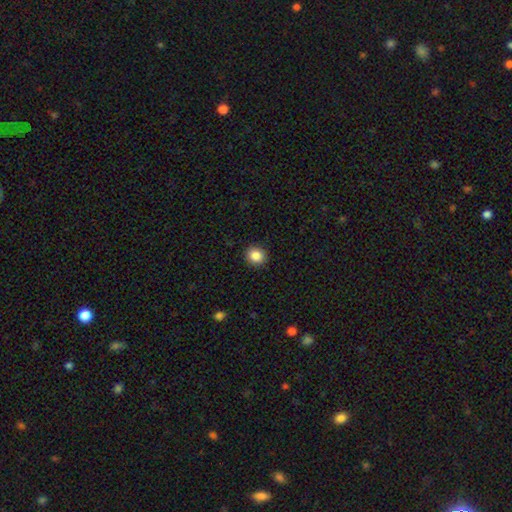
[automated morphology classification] smooth 86%, star or artifact 10%, featured or disk 4%. Down the decision tree: how rounded — round (81%); merging — none (91%).